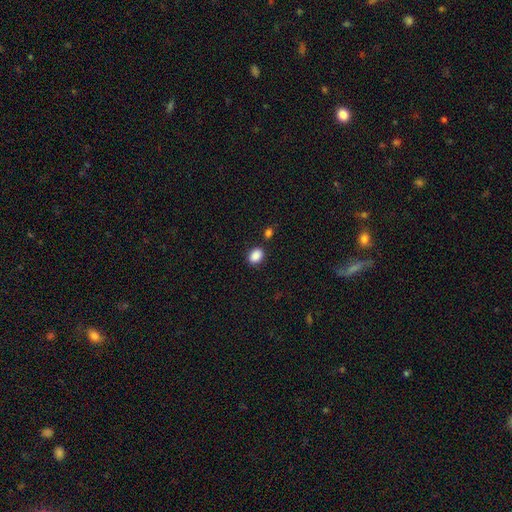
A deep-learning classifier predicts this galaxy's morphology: This is clearly a smooth galaxy (88%). How rounded: likely in between (68%). Merging: likely none (79%).